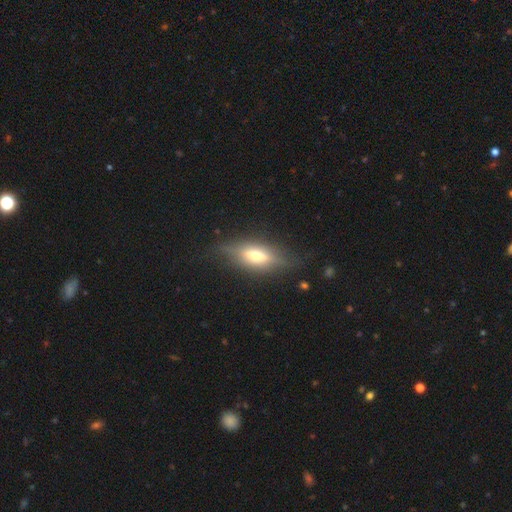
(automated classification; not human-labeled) A featured or disk galaxy (55%) viewed edge-on (82%). Merging: none (73%).